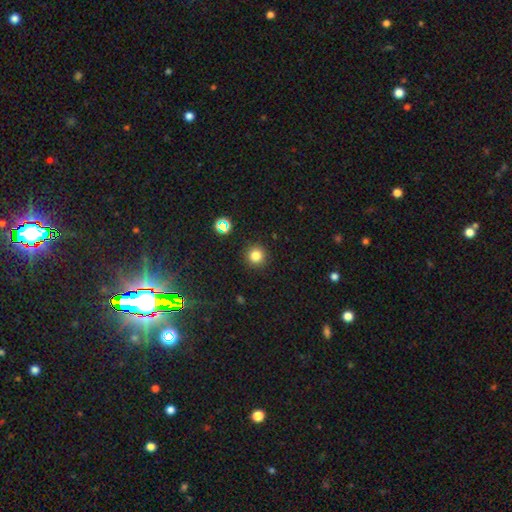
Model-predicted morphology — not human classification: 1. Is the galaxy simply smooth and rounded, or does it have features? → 80% smooth, 15% star or artifact, 5% featured or disk.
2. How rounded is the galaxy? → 94% round, 5% in between, 1% cigar-shaped.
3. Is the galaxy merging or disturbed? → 91% none, 5% minor disturbance, 2% major disturbance, 1% merger.